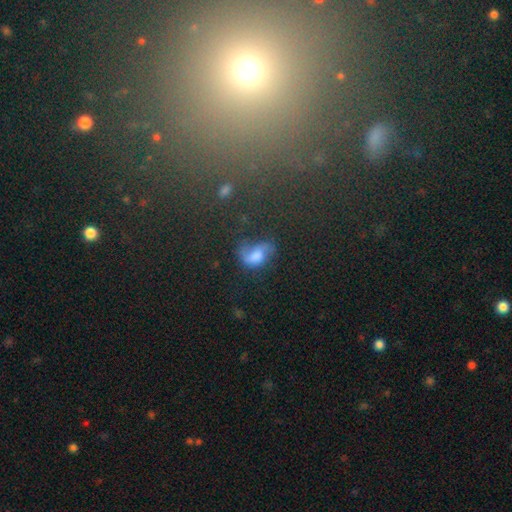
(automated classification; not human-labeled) Smooth or featured: smooth — 44% (featured or disk — 40%)
Merging: none — 38% (major disturbance — 28%)